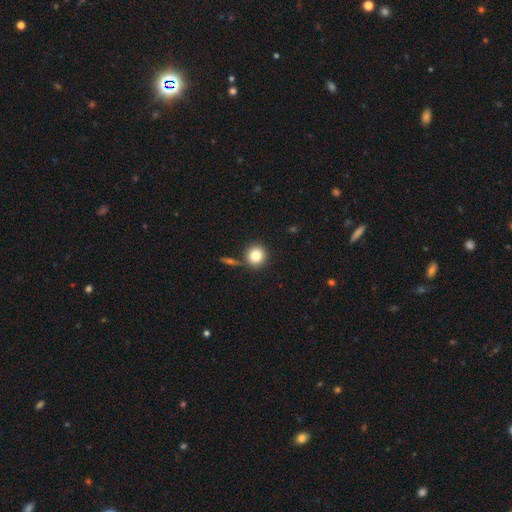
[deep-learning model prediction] Smooth or featured? smooth (81%)
How rounded? round (92%)
Merging? none (80%)